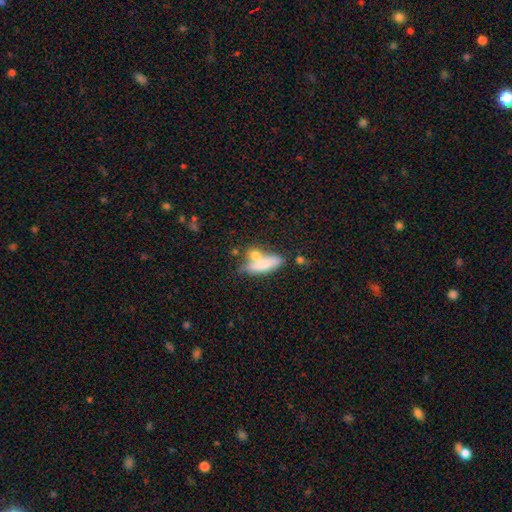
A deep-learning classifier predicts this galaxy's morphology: smooth 75%, featured or disk 18%, star or artifact 8%. Down the decision tree: how rounded — in between (48%); merging — none (45%).